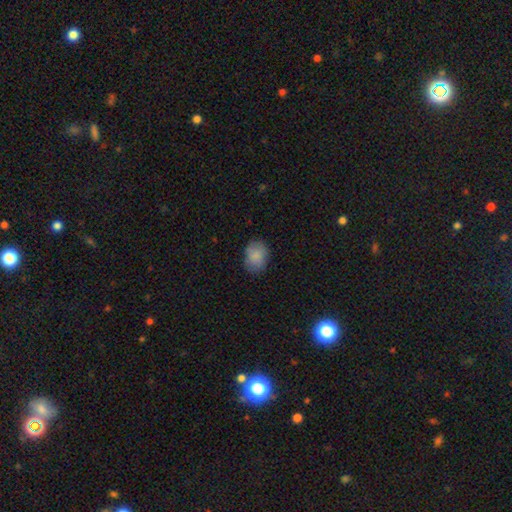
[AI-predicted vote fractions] Smooth or featured: smooth — 86% (star or artifact — 8%)
How rounded: in between — 62% (round — 38%)
Merging: none — 78% (minor disturbance — 17%)